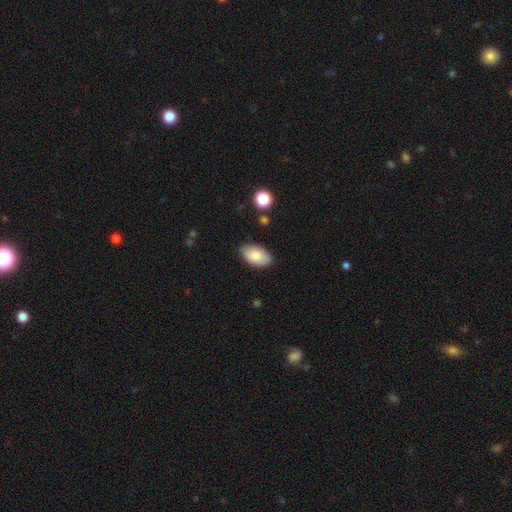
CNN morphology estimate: The model was most divided on "merging": none: 84%, minor disturbance: 12%, major disturbance: 2%, merger: 1%. More confident: how rounded — in between (95%); smooth or featured — smooth (85%).